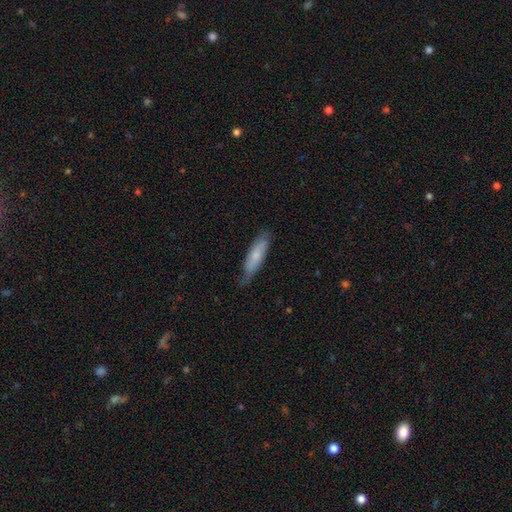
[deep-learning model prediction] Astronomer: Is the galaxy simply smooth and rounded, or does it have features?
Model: smooth — 66%.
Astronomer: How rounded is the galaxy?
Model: cigar-shaped — 65%.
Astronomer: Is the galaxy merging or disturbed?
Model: none — 69%.